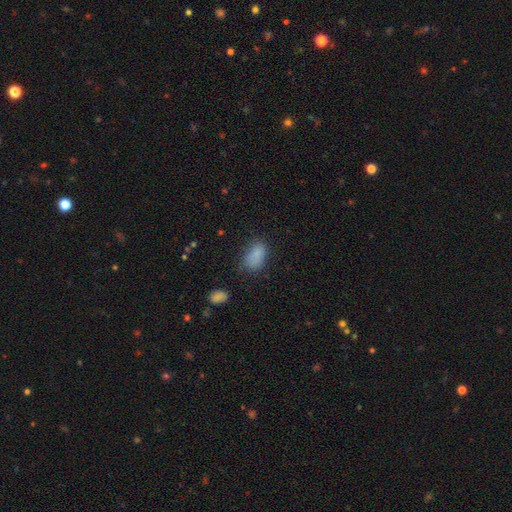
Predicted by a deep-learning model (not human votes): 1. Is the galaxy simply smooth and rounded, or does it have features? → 82% smooth, 11% star or artifact, 7% featured or disk.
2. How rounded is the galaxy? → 90% in between, 7% round, 2% cigar-shaped.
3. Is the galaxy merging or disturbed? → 61% none, 25% minor disturbance, 10% major disturbance, 4% merger.